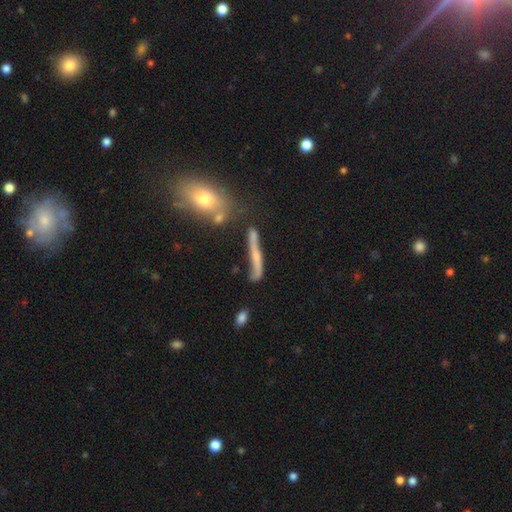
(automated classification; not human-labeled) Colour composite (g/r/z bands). It shows a featured or disk galaxy (56%) viewed edge-on (70%). Merging: none (57%).